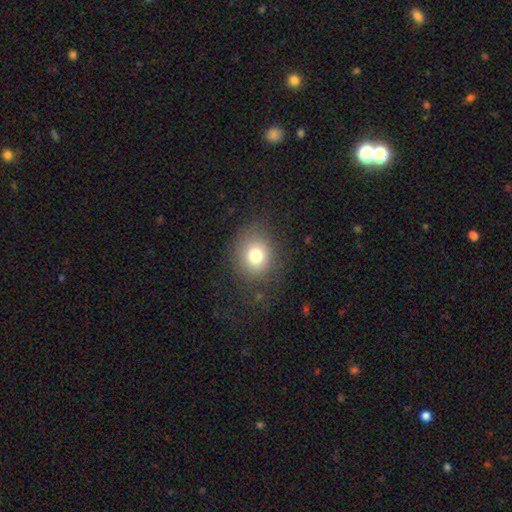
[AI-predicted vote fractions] A smooth galaxy with no disk features (76%) that is round (71%).

Vote fractions:
- Smooth or featured? smooth: 76% / star or artifact: 13% / featured or disk: 11%
- How rounded? round: 71% / in between: 28% / cigar-shaped: 1%
- Merging? none: 80% / minor disturbance: 12% / major disturbance: 7% / merger: 1%